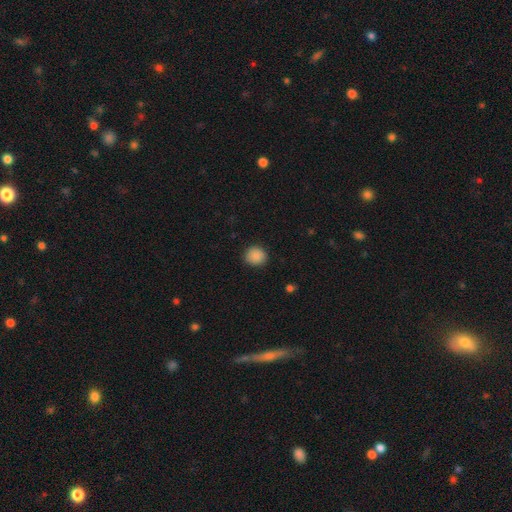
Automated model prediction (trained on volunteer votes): Smooth or featured? smooth (88%)
How rounded? round (86%)
Merging? none (88%)